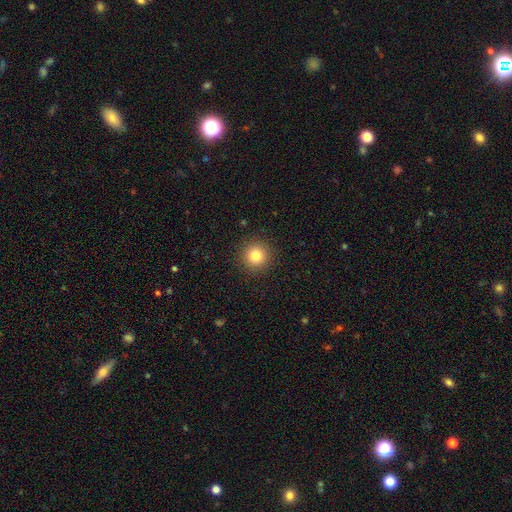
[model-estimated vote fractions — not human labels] smooth 81%, star or artifact 12%, featured or disk 7%. Down the decision tree: how rounded — round (95%); merging — none (92%).